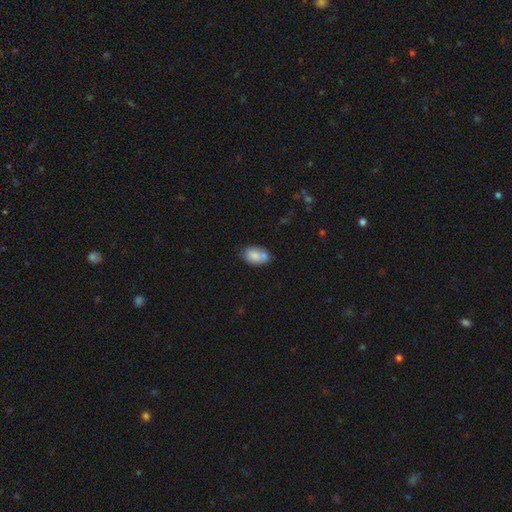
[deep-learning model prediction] smooth_or_featured: smooth (p=0.76) [alt: featured or disk p=0.16]
how_rounded: in between (p=0.82) [alt: round p=0.17]
merging: none (p=0.40) [alt: merger p=0.38]